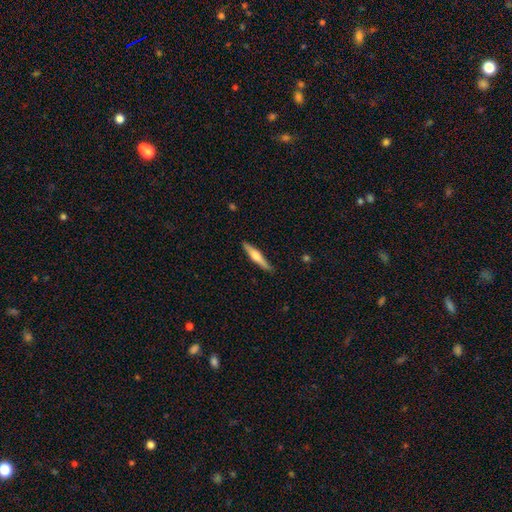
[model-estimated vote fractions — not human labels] featured or disk 52%, smooth 42%, star or artifact 5%. Down the decision tree: edge-on disk — yes (97%); edge-on bulge — rounded (82%); merging — none (89%).